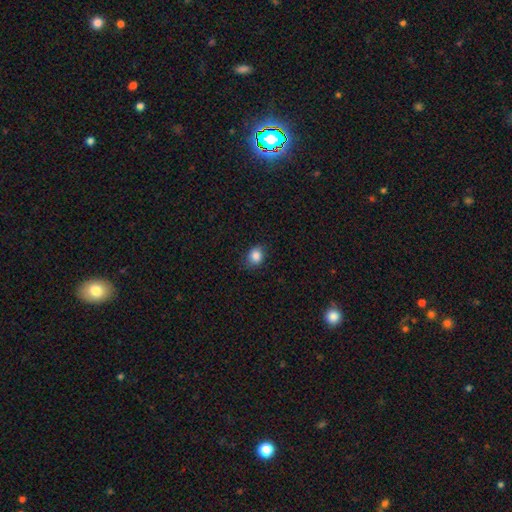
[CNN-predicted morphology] smooth_or_featured: smooth (p=0.85) [alt: star or artifact p=0.10]
how_rounded: round (p=0.58) [alt: in between p=0.41]
merging: none (p=0.79) [alt: minor disturbance p=0.17]